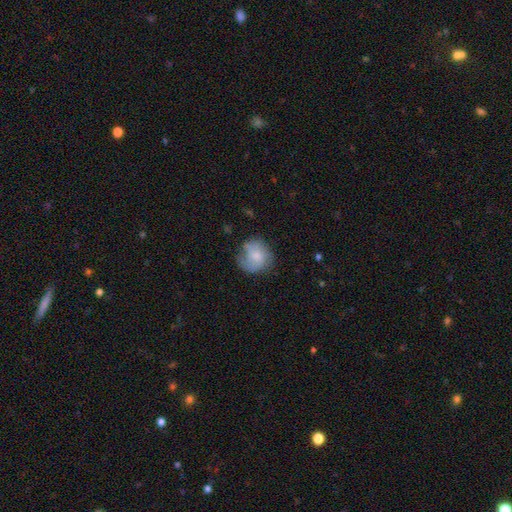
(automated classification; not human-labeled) Morphology: type=smooth (59%); roundness=round (80%); merging=none (55%).